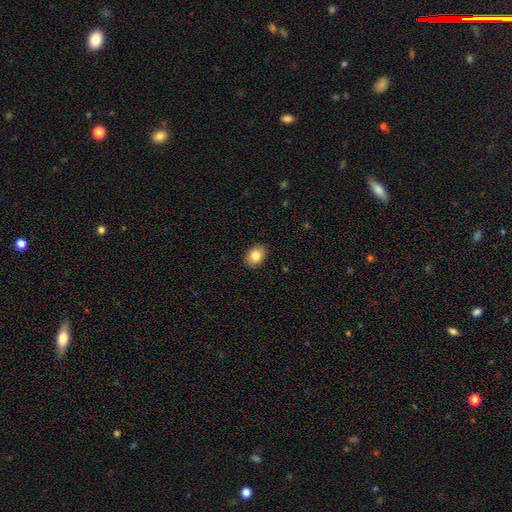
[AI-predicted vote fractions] Overall: smooth (83%). How rounded: in between (68%; round 32%). Merging: none (90%).